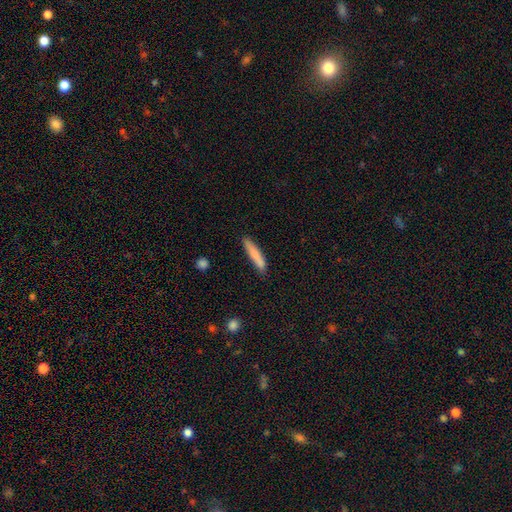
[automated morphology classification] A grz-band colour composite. It shows a smooth galaxy with no disk features (80%) that is cigar-shaped (91%). Merging: none (84%).